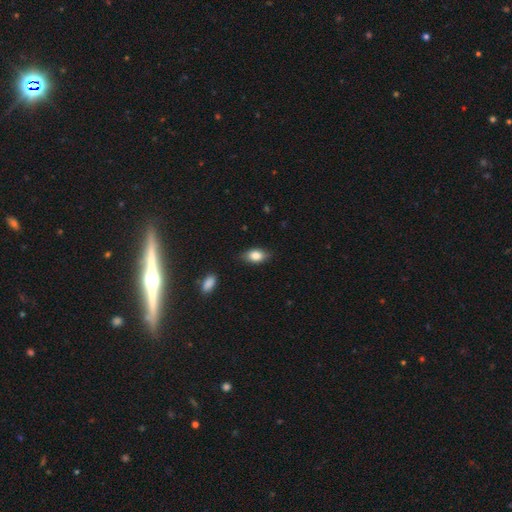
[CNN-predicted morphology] smooth 83%, featured or disk 9%, star or artifact 7%. Down the decision tree: how rounded — in between (88%); merging — none (83%).